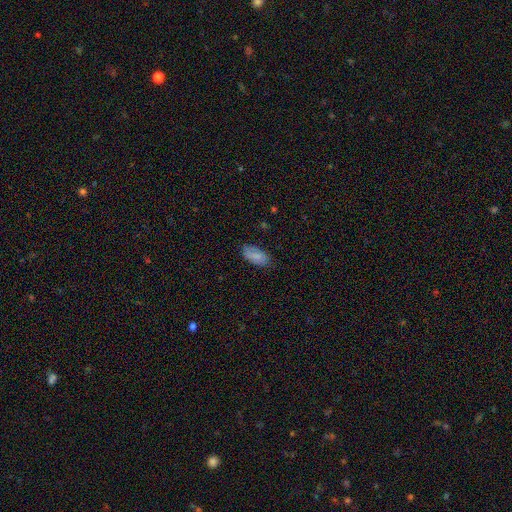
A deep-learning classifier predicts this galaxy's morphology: This is clearly a smooth galaxy (83%). How rounded: clearly in between (93%). Merging: likely none (74%).